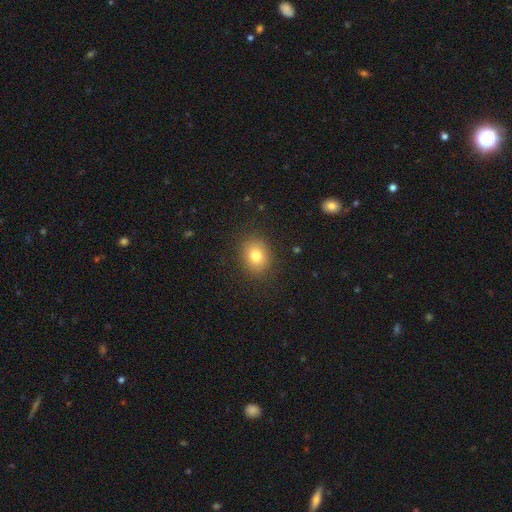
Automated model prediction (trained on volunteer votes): The model was most divided on "how rounded": round: 59%, in between: 40%, cigar-shaped: 1%. More confident: merging — none (87%); smooth or featured — smooth (79%).